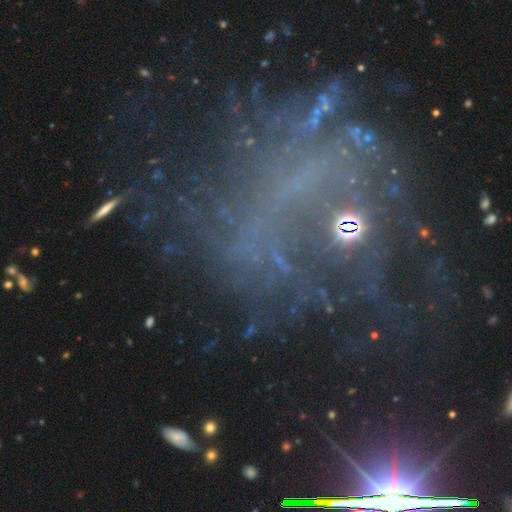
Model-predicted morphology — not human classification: Smooth or featured? Predicted: featured or disk (p=0.46). Merging? Predicted: none (p=0.55).